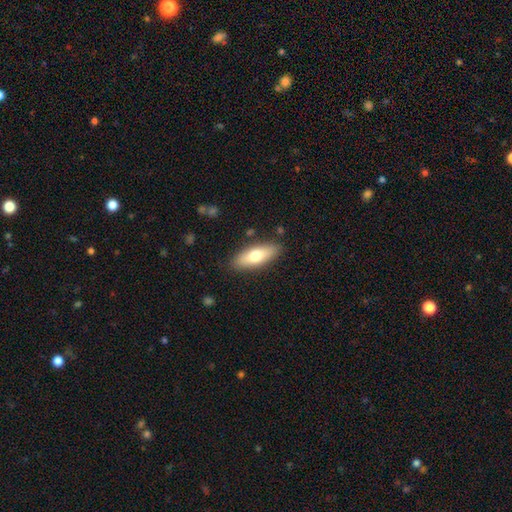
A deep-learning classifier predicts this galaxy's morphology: smooth-or-featured: smooth: 70% | featured or disk: 24% | star or artifact: 6%
  how-rounded: in between: 65% | cigar-shaped: 33% | round: 2%
  merging: none: 86% | minor disturbance: 10% | major disturbance: 2% | merger: 2%